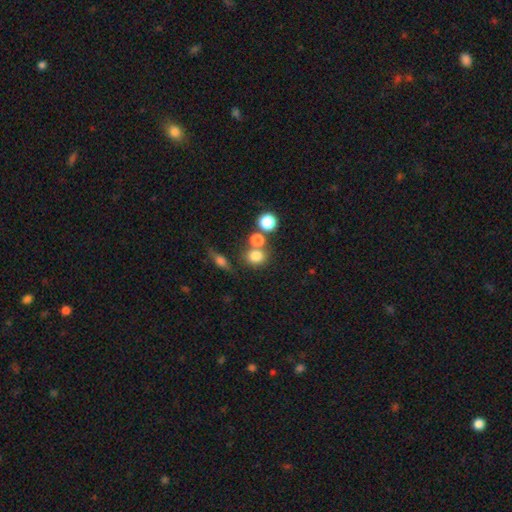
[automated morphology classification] smooth 78%, star or artifact 14%, featured or disk 8%. Down the decision tree: how rounded — round (77%); merging — none (59%).